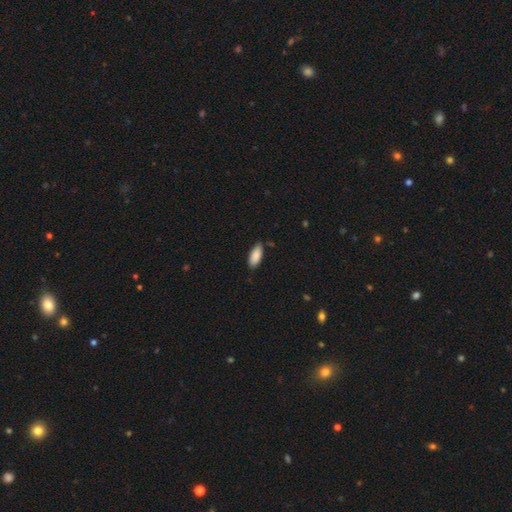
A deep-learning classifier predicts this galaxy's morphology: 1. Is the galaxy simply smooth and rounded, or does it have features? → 89% smooth, 6% star or artifact, 5% featured or disk.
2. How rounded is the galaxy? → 85% in between, 14% cigar-shaped, 2% round.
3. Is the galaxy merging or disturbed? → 79% none, 17% minor disturbance, 2% major disturbance, 2% merger.